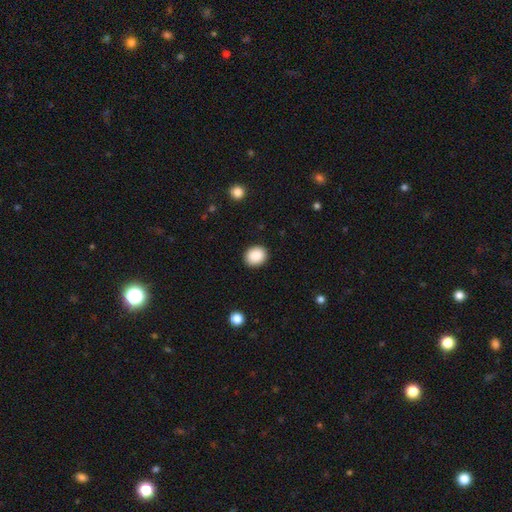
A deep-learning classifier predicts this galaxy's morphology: Q: Smooth or featured?
A: smooth (89%); runner-up: star or artifact (8%)
Q: How rounded?
A: round (59%); runner-up: in between (40%)
Q: Merging?
A: none (90%); runner-up: minor disturbance (7%)